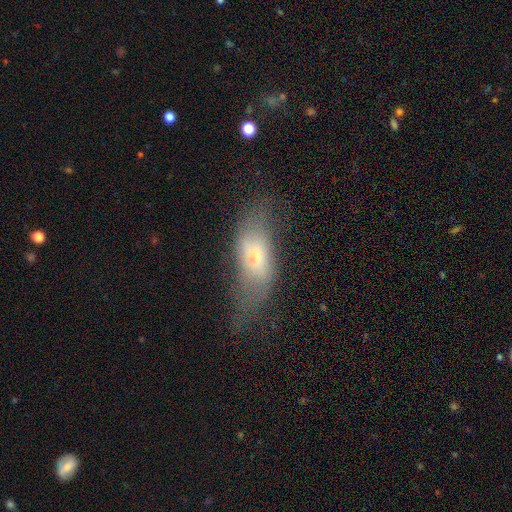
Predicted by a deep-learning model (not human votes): smooth-or-featured: smooth: 47% | featured or disk: 43% | star or artifact: 10%
  merging: none: 38% | major disturbance: 30% | minor disturbance: 29% | merger: 4%